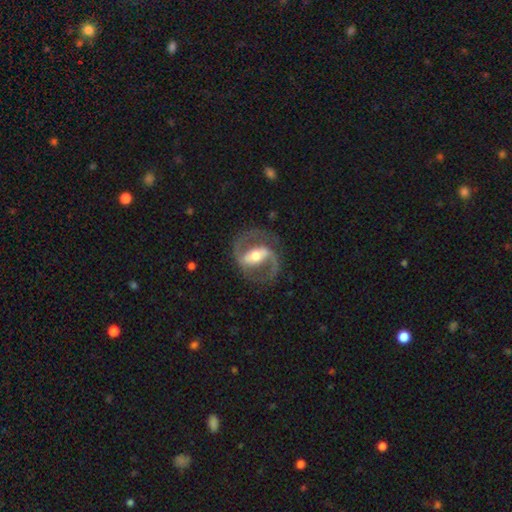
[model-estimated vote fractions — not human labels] Overall: featured or disk (89%). Edge-on disk: no (96%). Bar: strong (60%; weak 28%). Spiral arms: yes (93%). Spiral arm count: 2 (92%). Spiral winding: medium (60%; loose 21%). Bulge size: moderate (64%). Merging: none (81%).